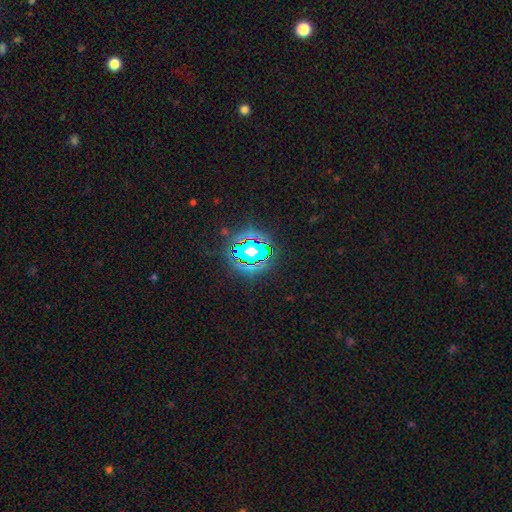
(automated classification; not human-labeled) smooth_or_featured: star or artifact (p=0.68) [alt: smooth p=0.20]